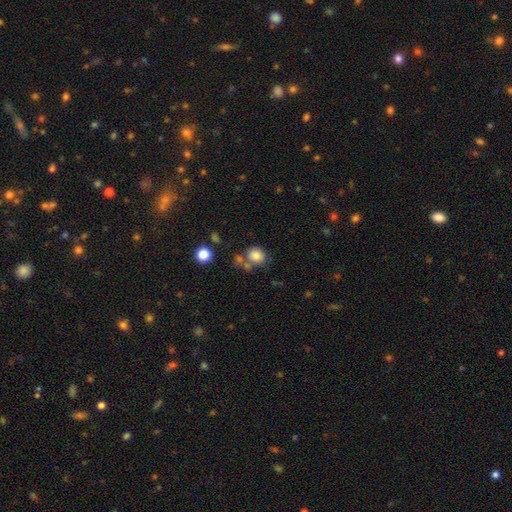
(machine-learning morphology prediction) smooth_or_featured: smooth (p=0.81) [alt: star or artifact p=0.11]
how_rounded: round (p=0.64) [alt: in between p=0.35]
merging: none (p=0.60) [alt: merger p=0.19]